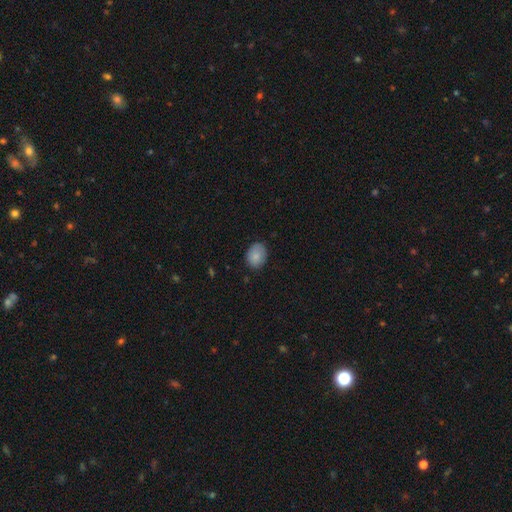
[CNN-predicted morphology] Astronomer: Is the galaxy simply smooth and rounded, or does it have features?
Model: smooth — 84%.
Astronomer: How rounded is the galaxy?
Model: in between — 58% (runner-up: round, 41%).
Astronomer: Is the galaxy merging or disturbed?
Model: none — 79%.